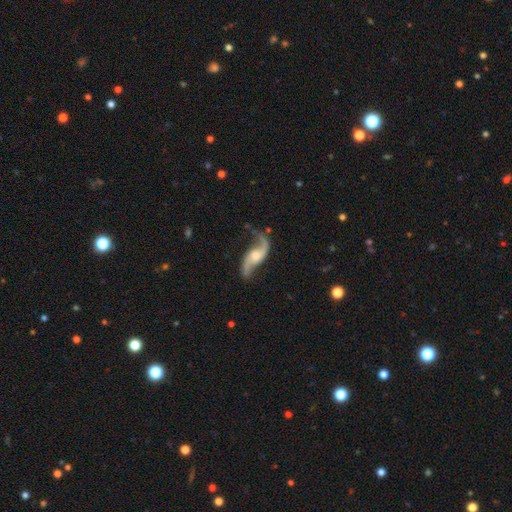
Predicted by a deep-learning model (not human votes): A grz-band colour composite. It shows a featured or disk galaxy (88%) with no bar (57%), 2 (93%) loose (84%) spiral arms (96%) and a moderate central bulge (51%). Merging: none (72%).